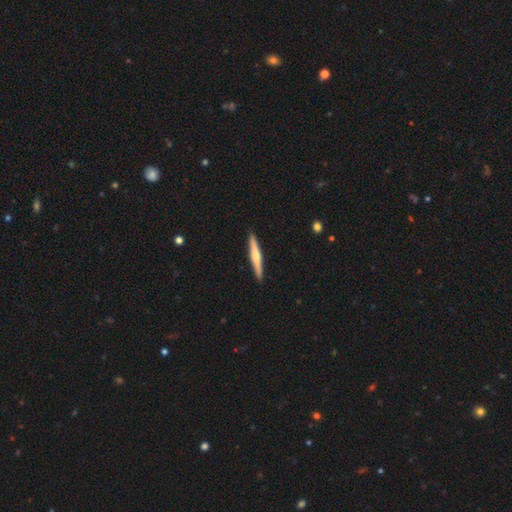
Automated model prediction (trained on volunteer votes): Smooth or featured? featured or disk (53%)
Edge-on disk? yes (98%)
Edge-on bulge? rounded (76%)
Merging? none (92%)